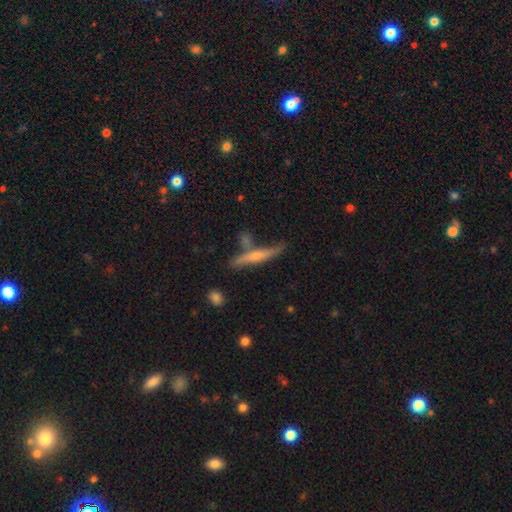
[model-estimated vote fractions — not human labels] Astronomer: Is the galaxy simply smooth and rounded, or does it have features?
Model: featured or disk — 55% (runner-up: smooth, 38%).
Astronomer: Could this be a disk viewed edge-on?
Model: yes — 94%.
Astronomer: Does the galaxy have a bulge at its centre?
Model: rounded — 68%.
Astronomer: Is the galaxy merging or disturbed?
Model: none — 71%.